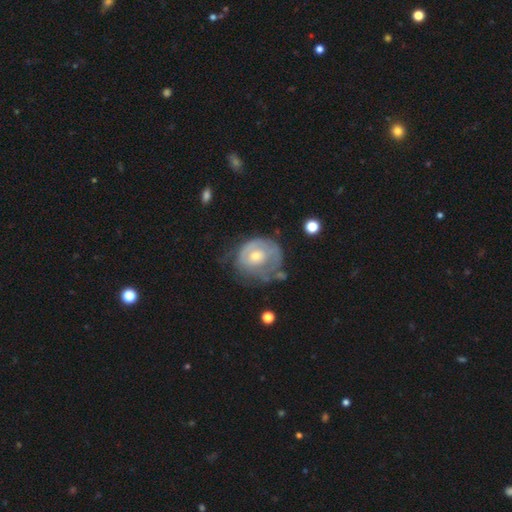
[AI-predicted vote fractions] Q: Smooth or featured?
A: featured or disk (58%); runner-up: smooth (36%)
Q: Edge-on disk?
A: no (97%); runner-up: yes (3%)
Q: Bar?
A: no (78%); runner-up: weak (19%)
Q: Spiral arms?
A: yes (53%); runner-up: no (47%)
Q: Bulge size?
A: moderate (57%); runner-up: small (35%)
Q: Merging?
A: none (42%); runner-up: minor disturbance (30%)